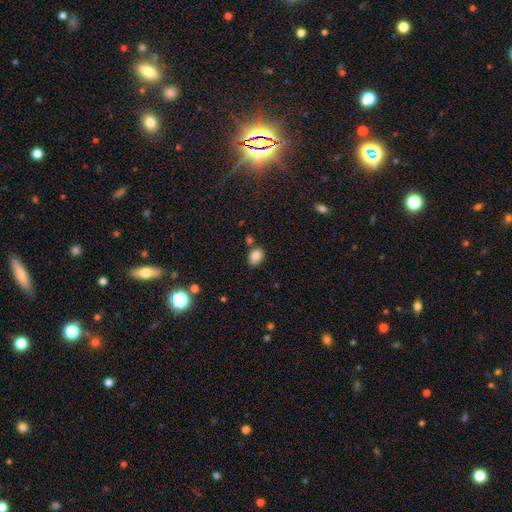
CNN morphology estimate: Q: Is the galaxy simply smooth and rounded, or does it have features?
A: smooth — 84%.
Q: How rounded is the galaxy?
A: in between — 68%.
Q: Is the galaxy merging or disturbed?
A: none — 66%.